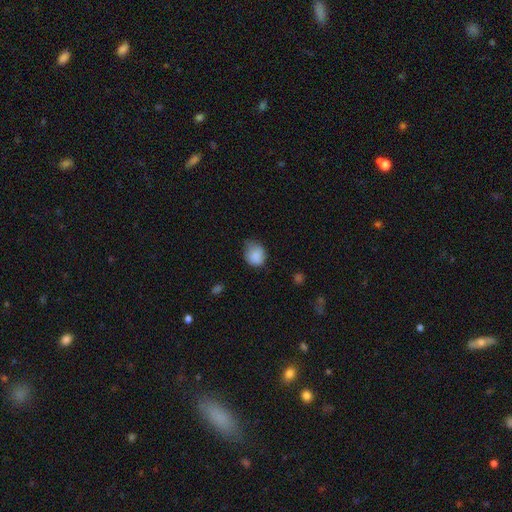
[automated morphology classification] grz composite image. It shows a smooth galaxy with no disk features (86%) that is round (63%). Merging: none (49%).